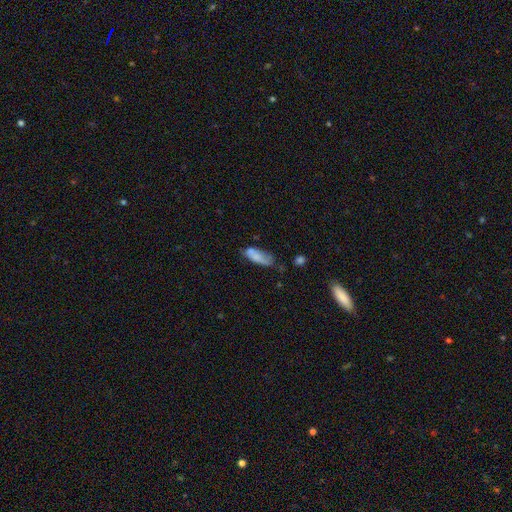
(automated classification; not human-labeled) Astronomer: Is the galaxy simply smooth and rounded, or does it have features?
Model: smooth — 74%.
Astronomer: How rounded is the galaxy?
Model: in between — 66%.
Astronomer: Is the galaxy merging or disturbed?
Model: none — 44% (runner-up: minor disturbance, 33%).